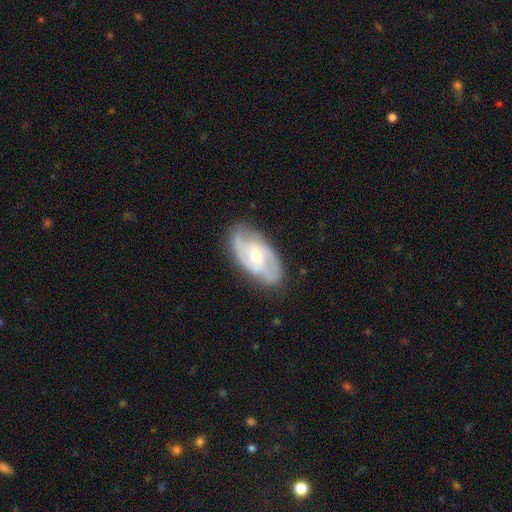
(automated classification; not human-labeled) A featured or disk galaxy (80%) with a weak bar (45%), 2 (52%) medium (46%) spiral arms (93%) and a moderate central bulge (53%).

Vote fractions:
- Smooth or featured? featured or disk: 80% / smooth: 15% / star or artifact: 5%
- Edge-on disk? no: 94% / yes: 6%
- Bar? weak: 45% / no: 44% / strong: 10%
- Spiral arms? yes: 93% / no: 7%
- Spiral winding? medium: 46% / tight: 40% / loose: 14%
- Spiral arm count? 2: 52% / 3: 20% / can't tell: 19% / 4: 3% / 1: 3% / more than 4: 2%
- Bulge size? moderate: 53% / small: 41% / large: 3% / none: 2% / dominant: 1%
- Merging? none: 78% / minor disturbance: 17% / major disturbance: 4% / merger: 1%